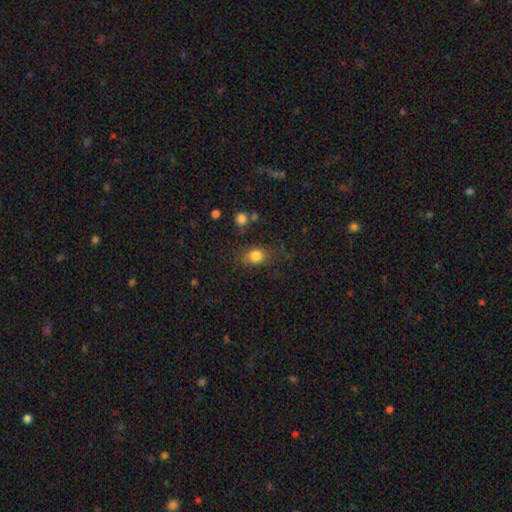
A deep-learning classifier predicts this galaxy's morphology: Smooth or featured? smooth (81%)
How rounded? round (54%)
Merging? none (71%)